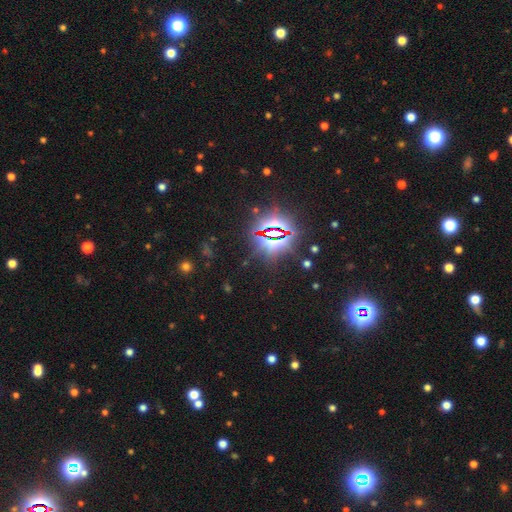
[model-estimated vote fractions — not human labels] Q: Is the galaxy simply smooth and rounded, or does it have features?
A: star or artifact — 85%.